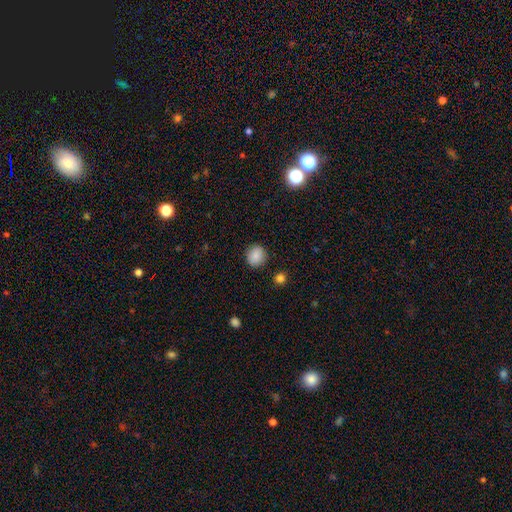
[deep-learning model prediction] Smooth or featured?
  - smooth: 87% *
  - star or artifact: 9%
  - featured or disk: 4%
How rounded?
  - round: 82% *
  - in between: 17%
  - cigar-shaped: 1%
Merging?
  - none: 90% *
  - minor disturbance: 7%
  - major disturbance: 2%
  - merger: 1%